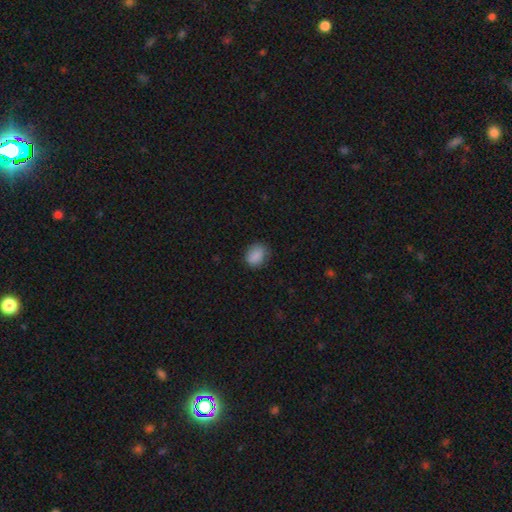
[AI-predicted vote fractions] Overall: smooth (87%). How rounded: in between (56%; round 43%). Merging: none (75%).